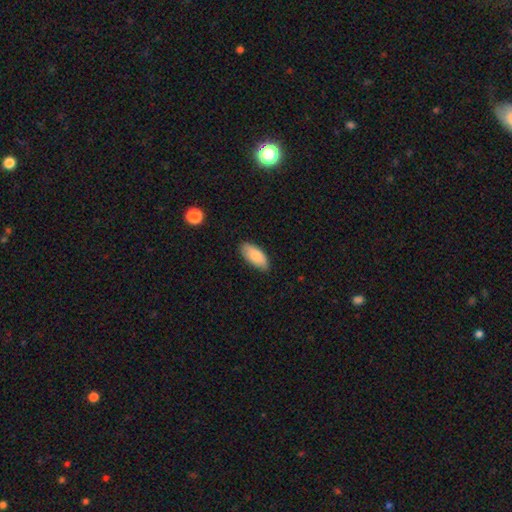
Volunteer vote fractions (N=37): smooth 78%, featured or disk 22%, star or artifact 0%. Down the decision tree: how rounded — in between (83%); merging — none (78%).